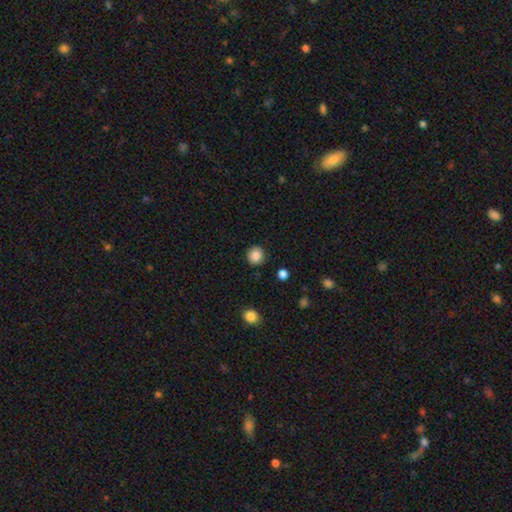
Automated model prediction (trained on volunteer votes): smooth_or_featured: smooth (p=0.85) [alt: star or artifact p=0.09]
how_rounded: round (p=0.92) [alt: in between p=0.08]
merging: none (p=0.91) [alt: minor disturbance p=0.06]